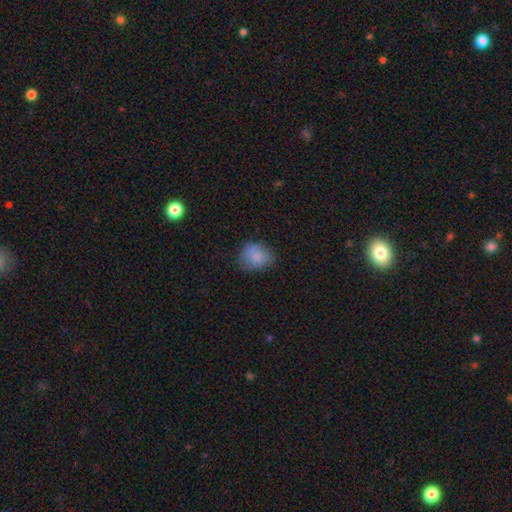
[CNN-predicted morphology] smooth-or-featured: smooth: 80% | featured or disk: 11% | star or artifact: 9%
  how-rounded: round: 57% | in between: 42% | cigar-shaped: 1%
  merging: none: 67% | minor disturbance: 24% | major disturbance: 7% | merger: 2%